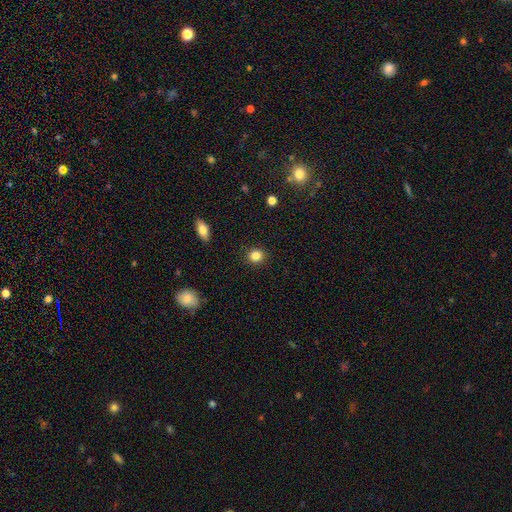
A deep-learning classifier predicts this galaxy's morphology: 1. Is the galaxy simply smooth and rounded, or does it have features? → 85% smooth, 10% star or artifact, 4% featured or disk.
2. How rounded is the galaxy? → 87% round, 12% in between, 1% cigar-shaped.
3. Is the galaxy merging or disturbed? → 91% none, 6% minor disturbance, 2% major disturbance, 1% merger.